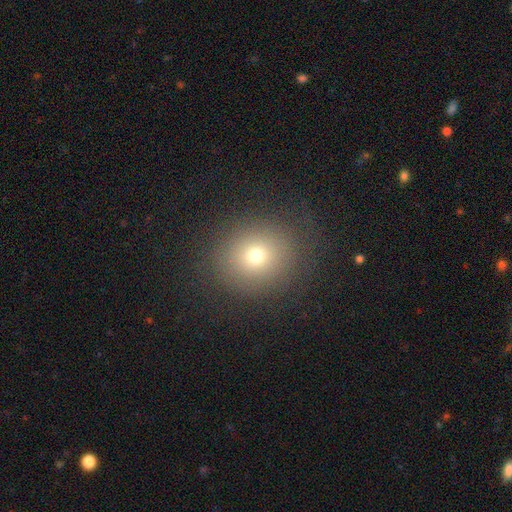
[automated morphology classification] smooth-or-featured: smooth: 70% | star or artifact: 18% | featured or disk: 12%
  how-rounded: round: 75% | in between: 24% | cigar-shaped: 1%
  merging: none: 86% | minor disturbance: 9% | major disturbance: 5% | merger: 1%